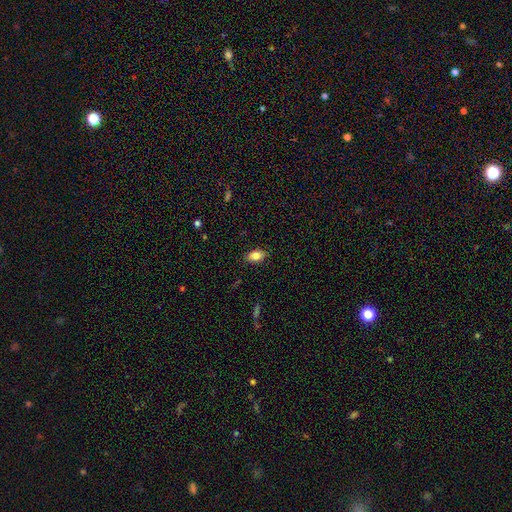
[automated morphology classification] smooth-or-featured: smooth: 83% | featured or disk: 9% | star or artifact: 8%
  how-rounded: in between: 89% | round: 8% | cigar-shaped: 3%
  merging: none: 86% | minor disturbance: 11% | major disturbance: 2% | merger: 1%